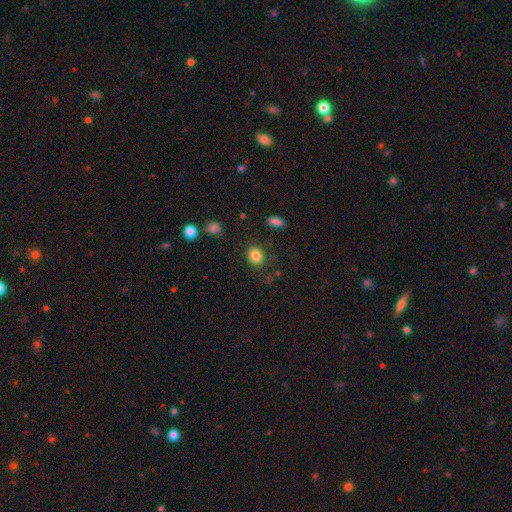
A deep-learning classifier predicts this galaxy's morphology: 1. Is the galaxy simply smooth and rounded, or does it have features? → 84% smooth, 11% star or artifact, 5% featured or disk.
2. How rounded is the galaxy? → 55% round, 44% in between, 1% cigar-shaped.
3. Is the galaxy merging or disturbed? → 82% none, 11% minor disturbance, 4% major disturbance, 2% merger.